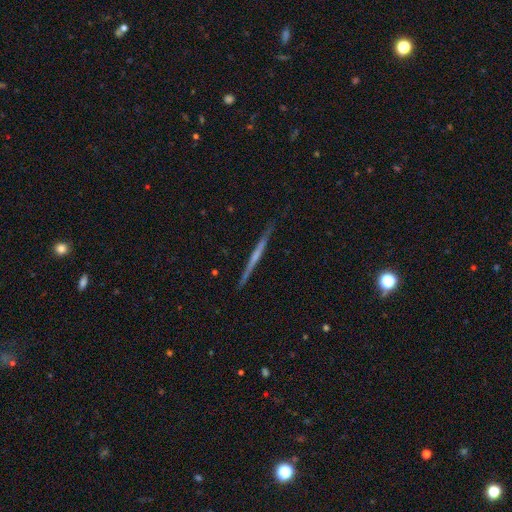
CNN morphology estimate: Overall: featured or disk (64%; smooth 30%). Edge-on disk: yes (98%). Edge-on bulge: none (80%). Merging: none (90%).